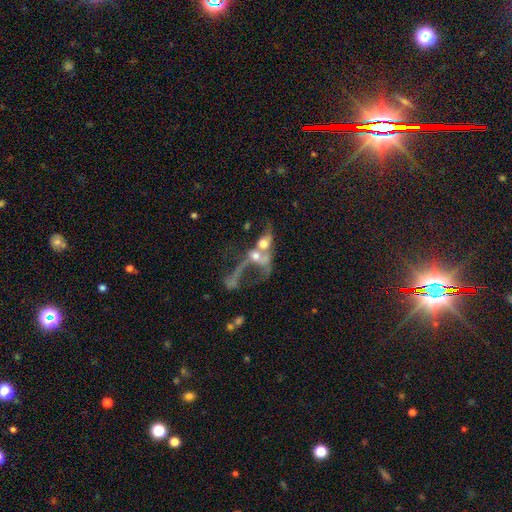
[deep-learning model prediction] Morphology: type=featured or disk (52%); edge-on=no (93%); merging=merger (72%).